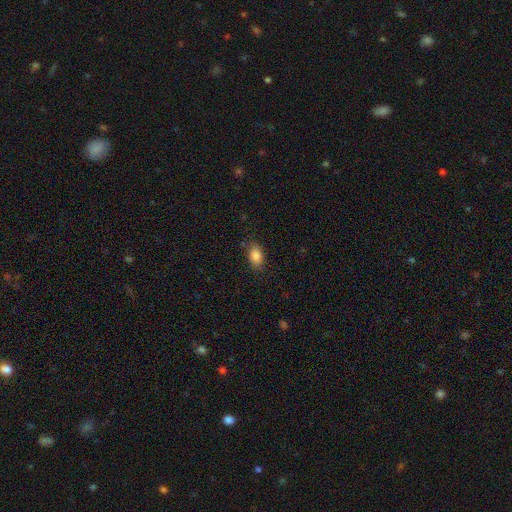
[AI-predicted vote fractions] Smooth or featured? Predicted: smooth (p=0.86). How rounded? Predicted: in between (p=0.88). Merging? Predicted: none (p=0.80).